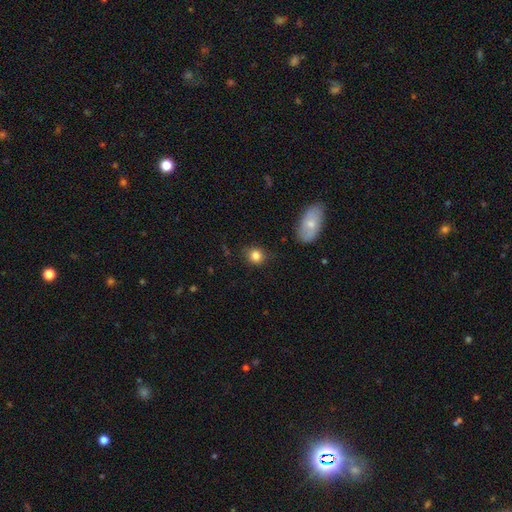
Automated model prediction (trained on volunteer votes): This appears to be a smooth galaxy with no disk features (84%) that is round (76%). Merging: none (80%).